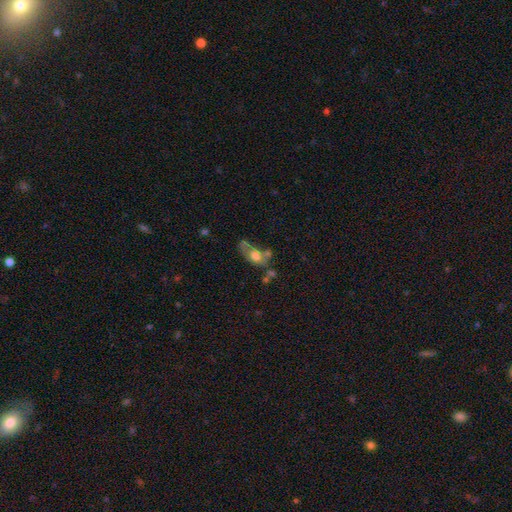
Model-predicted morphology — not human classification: This appears to be a smooth galaxy with no disk features (63%) that is in between round and cigar-shaped (77%). Merging: merger (30%).